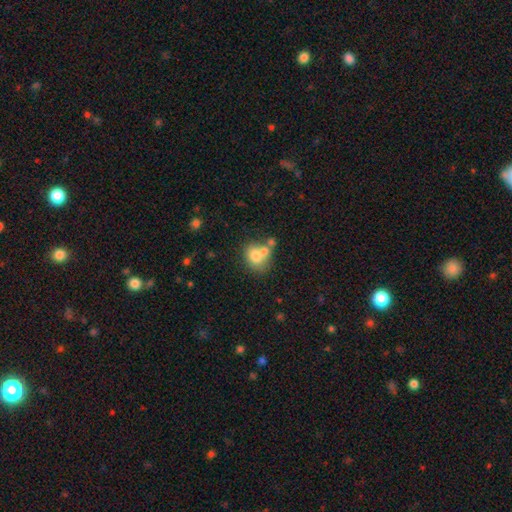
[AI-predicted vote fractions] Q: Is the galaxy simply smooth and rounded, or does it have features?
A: smooth — 72%.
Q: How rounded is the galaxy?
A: round — 50%.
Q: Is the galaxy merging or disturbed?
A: merger — 45%.